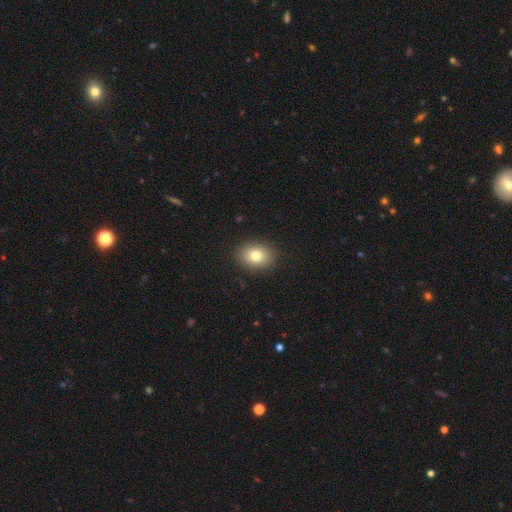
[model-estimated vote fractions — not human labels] Morphology: type=smooth (79%); roundness=in between (56%); merging=none (89%).